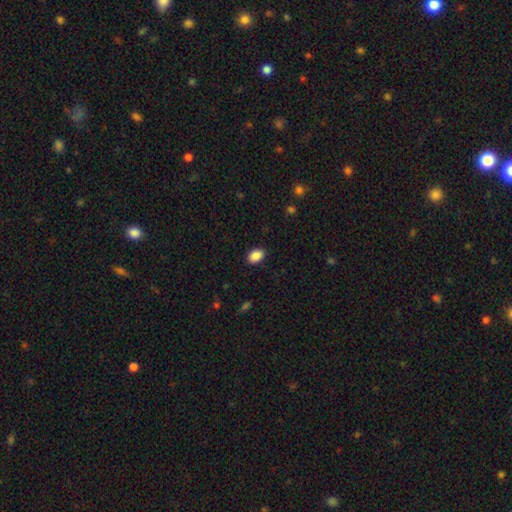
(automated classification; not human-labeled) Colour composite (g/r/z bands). It shows a smooth galaxy with no disk features (89%) that is in between round and cigar-shaped (87%). Merging: none (88%).